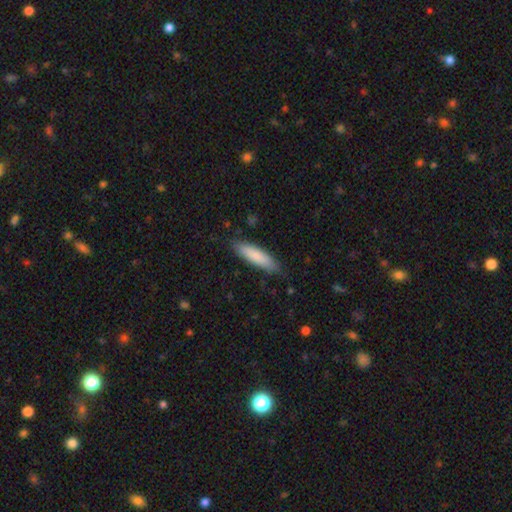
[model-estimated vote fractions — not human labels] smooth 83%, featured or disk 12%, star or artifact 5%. Down the decision tree: how rounded — cigar-shaped (73%); merging — none (83%).